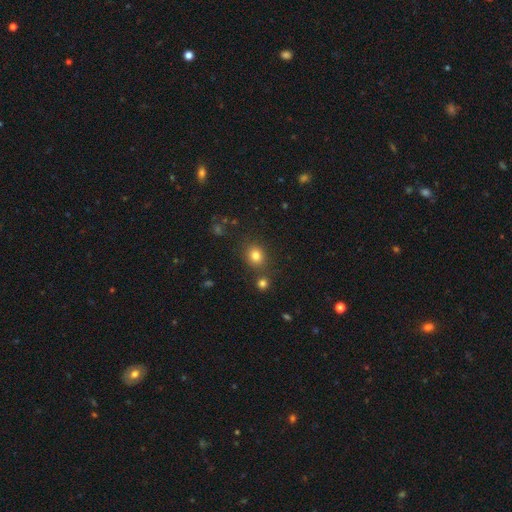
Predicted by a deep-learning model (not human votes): Smooth or featured?
  - smooth: 79% *
  - star or artifact: 14%
  - featured or disk: 7%
How rounded?
  - round: 72% *
  - in between: 27%
  - cigar-shaped: 1%
Merging?
  - none: 78% *
  - minor disturbance: 9%
  - merger: 9%
  - major disturbance: 3%